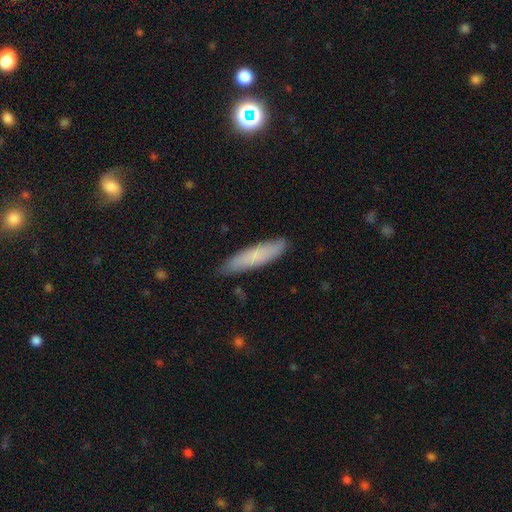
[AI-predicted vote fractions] smooth-or-featured: smooth: 74% | featured or disk: 20% | star or artifact: 7%
  how-rounded: cigar-shaped: 78% | in between: 20% | round: 1%
  merging: none: 83% | minor disturbance: 13% | major disturbance: 2% | merger: 1%